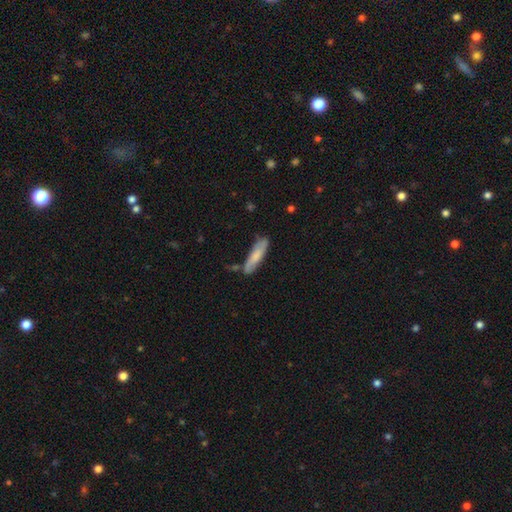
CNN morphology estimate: A smooth galaxy with no disk features (71%) that is cigar-shaped (70%). Merging: none (71%).